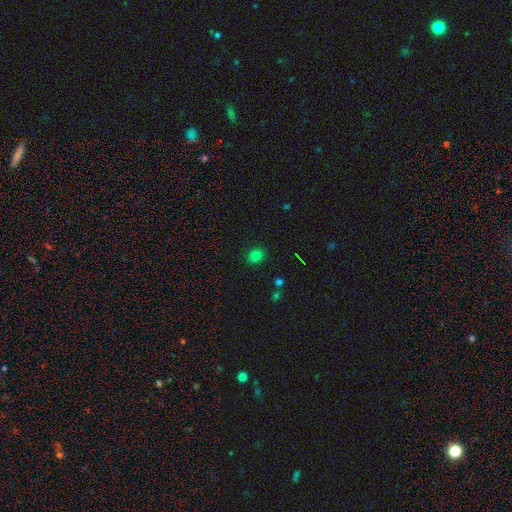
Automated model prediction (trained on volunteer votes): smooth-or-featured: smooth: 78% | star or artifact: 17% | featured or disk: 5%
  how-rounded: round: 68% | in between: 31% | cigar-shaped: 1%
  merging: none: 87% | minor disturbance: 8% | major disturbance: 2% | merger: 2%